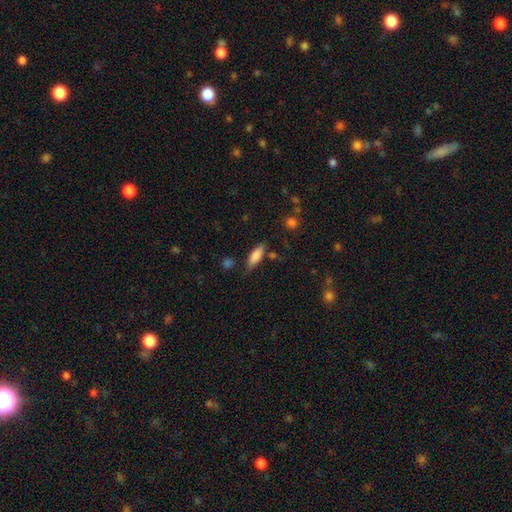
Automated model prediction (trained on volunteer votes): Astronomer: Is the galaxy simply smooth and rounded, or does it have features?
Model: smooth — 80%.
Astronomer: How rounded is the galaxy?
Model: in between — 58% (runner-up: cigar-shaped, 40%).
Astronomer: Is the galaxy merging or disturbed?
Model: none — 70%.